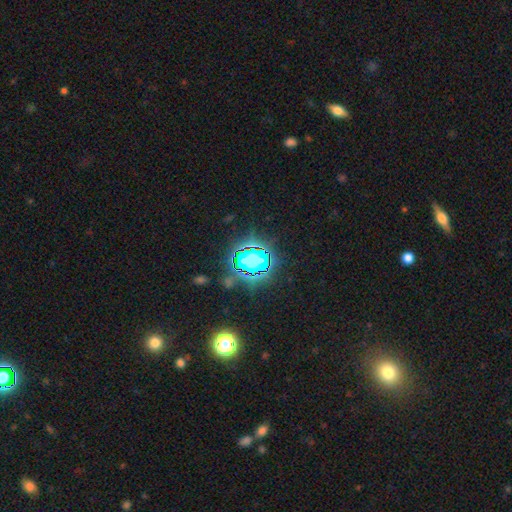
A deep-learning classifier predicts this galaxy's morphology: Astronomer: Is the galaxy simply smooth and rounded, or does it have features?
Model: star or artifact — 70%.